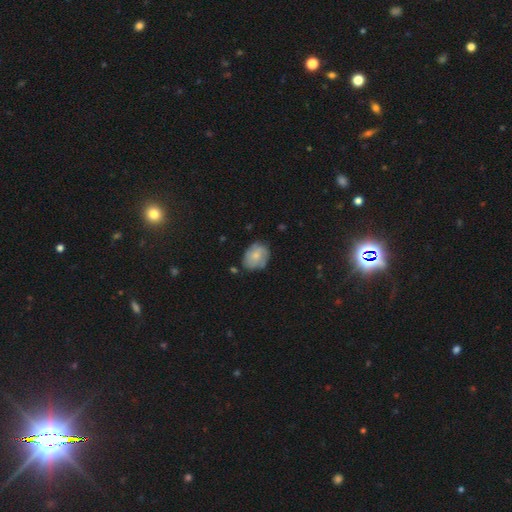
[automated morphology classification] Smooth or featured?
  - smooth: 59% *
  - featured or disk: 34%
  - star or artifact: 7%
How rounded?
  - in between: 58% *
  - round: 41%
  - cigar-shaped: 1%
Merging?
  - none: 71% *
  - minor disturbance: 22%
  - major disturbance: 5%
  - merger: 3%